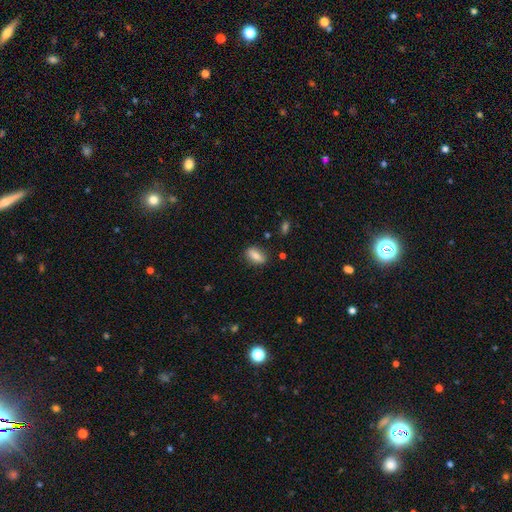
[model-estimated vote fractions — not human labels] This appears to be a smooth galaxy with no disk features (77%) that is in between round and cigar-shaped (80%). Merging: none (80%).